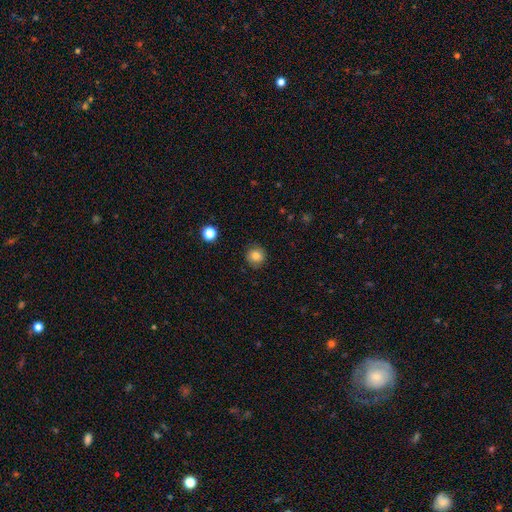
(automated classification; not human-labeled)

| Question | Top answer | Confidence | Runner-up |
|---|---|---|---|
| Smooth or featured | smooth | 82% | star or artifact (11%) |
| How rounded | round | 90% | in between (9%) |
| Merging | none | 88% | minor disturbance (9%) |